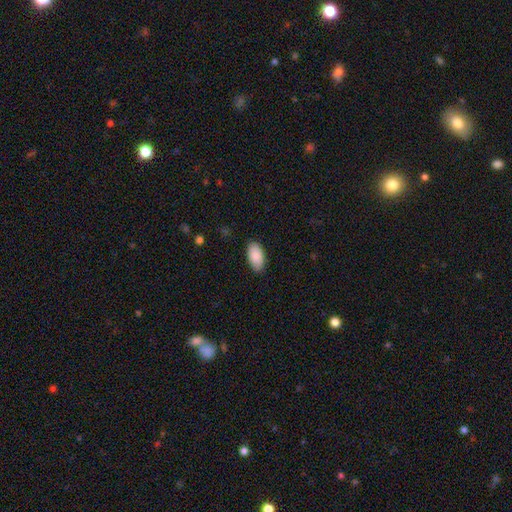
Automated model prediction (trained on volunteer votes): A smooth galaxy with no disk features (89%) that is in between round and cigar-shaped (95%).

Vote fractions:
- Smooth or featured? smooth: 89% / star or artifact: 6% / featured or disk: 5%
- How rounded? in between: 95% / round: 3% / cigar-shaped: 2%
- Merging? none: 85% / minor disturbance: 12% / major disturbance: 2% / merger: 1%